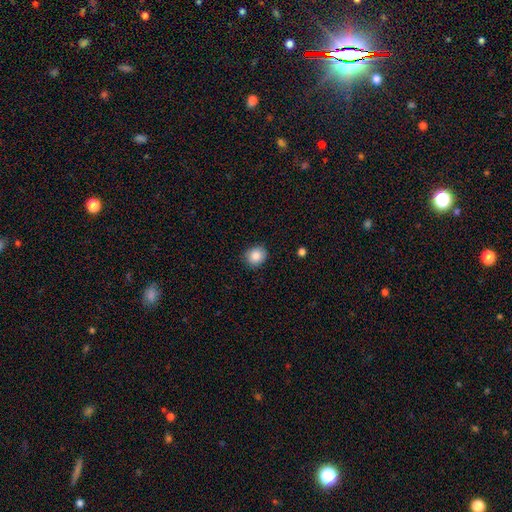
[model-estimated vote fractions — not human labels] Overall: smooth (86%). How rounded: round (71%). Merging: none (85%).